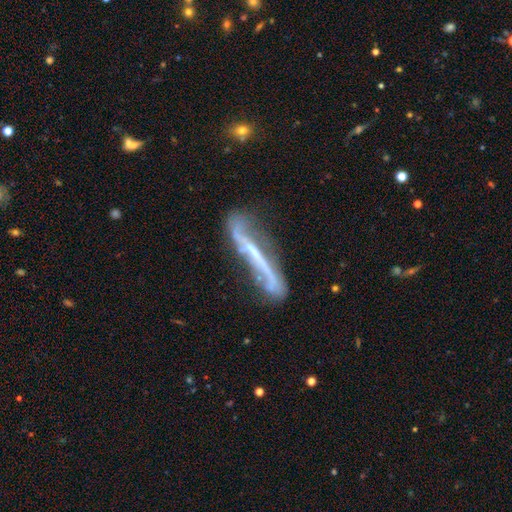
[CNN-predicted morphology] A featured or disk galaxy (78%) viewed edge-on (55%). Merging: none (55%).